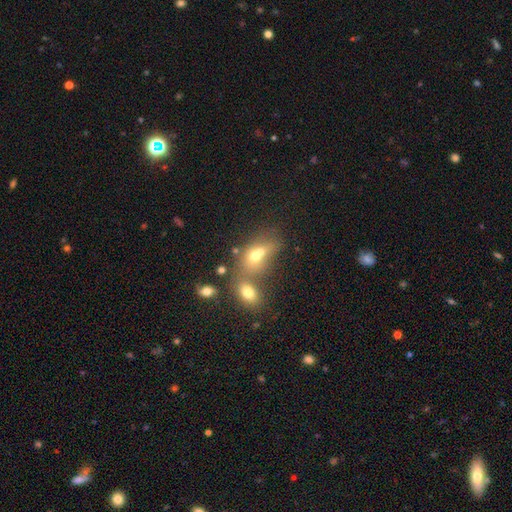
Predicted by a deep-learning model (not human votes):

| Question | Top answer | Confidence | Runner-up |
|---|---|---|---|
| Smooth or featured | smooth | 60% | featured or disk (23%) |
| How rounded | in between | 66% | round (30%) |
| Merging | merger | 62% | none (23%) |